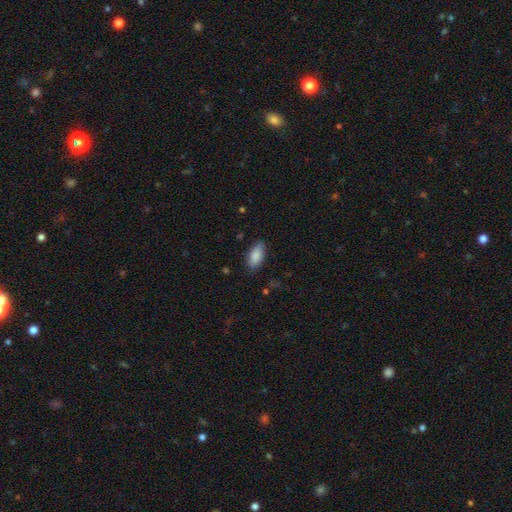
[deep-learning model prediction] smooth-or-featured: smooth: 87% | featured or disk: 7% | star or artifact: 6%
  how-rounded: in between: 90% | cigar-shaped: 7% | round: 2%
  merging: none: 82% | minor disturbance: 14% | major disturbance: 3% | merger: 1%